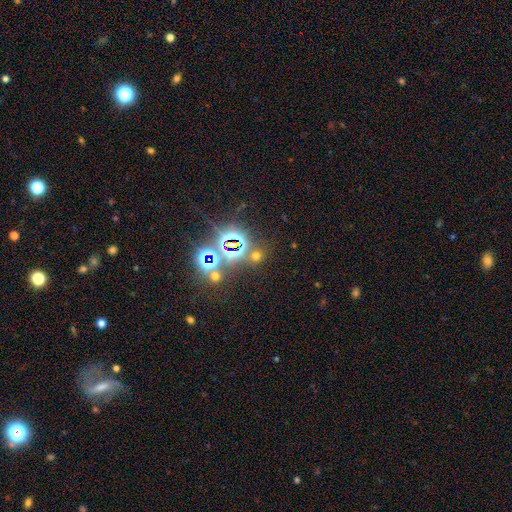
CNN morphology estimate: Smooth or featured: star or artifact — 56% (smooth — 37%)